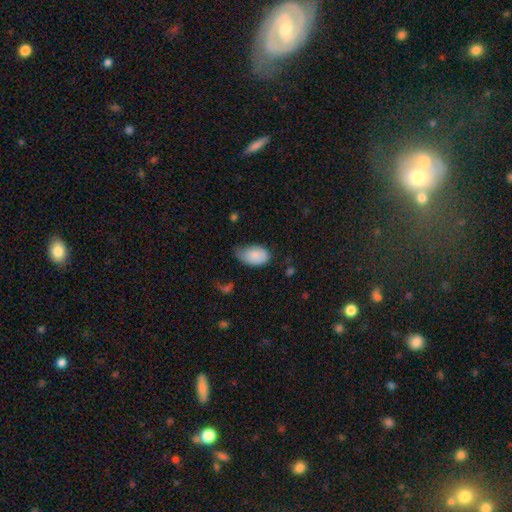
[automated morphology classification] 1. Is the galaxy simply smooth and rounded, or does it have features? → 85% smooth, 8% featured or disk, 7% star or artifact.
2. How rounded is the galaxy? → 93% in between, 5% round, 1% cigar-shaped.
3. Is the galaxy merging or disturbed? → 44% none, 43% minor disturbance, 11% major disturbance, 2% merger.